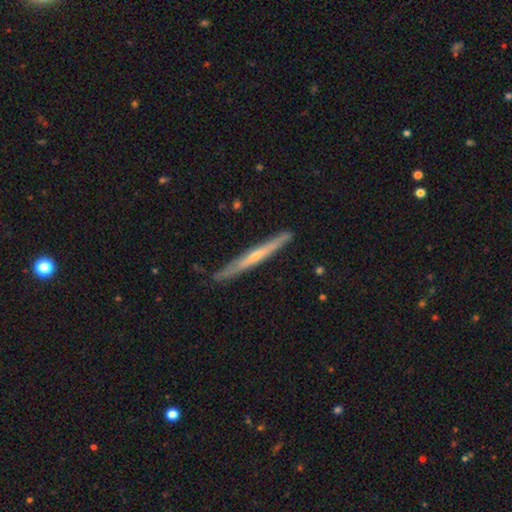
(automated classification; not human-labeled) Smooth or featured? Predicted: featured or disk (p=0.68). Edge-on disk? Predicted: yes (p=0.97). Edge-on bulge? Predicted: rounded (p=0.56). Merging? Predicted: none (p=0.88).